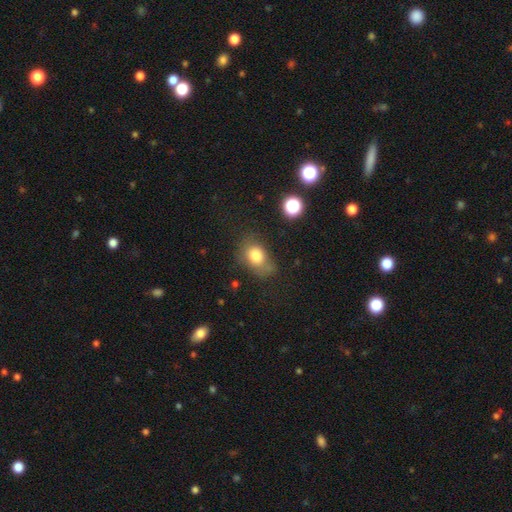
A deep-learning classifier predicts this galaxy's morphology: type=smooth (78%); roundness=in between (68%); merging=none (51%).